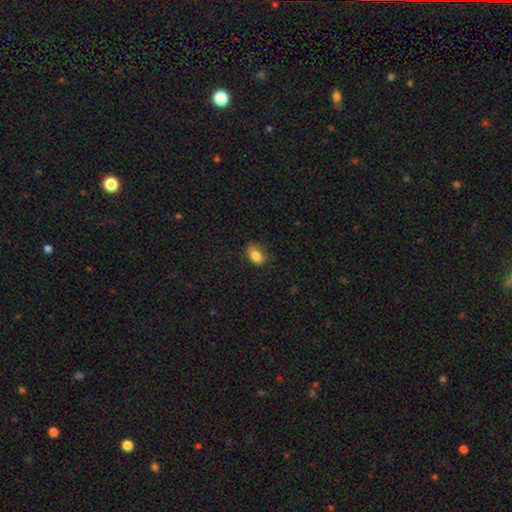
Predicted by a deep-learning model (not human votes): smooth-or-featured: smooth: 85% | star or artifact: 9% | featured or disk: 7%
  how-rounded: in between: 82% | round: 16% | cigar-shaped: 1%
  merging: none: 74% | minor disturbance: 21% | major disturbance: 4% | merger: 1%